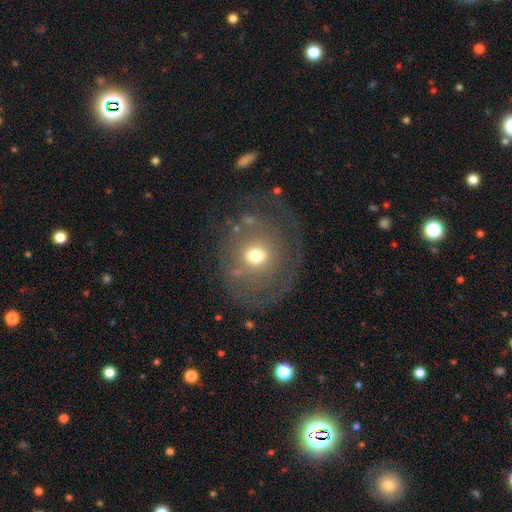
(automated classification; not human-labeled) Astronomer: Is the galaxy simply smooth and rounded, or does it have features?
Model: featured or disk — 50% (runner-up: smooth, 37%).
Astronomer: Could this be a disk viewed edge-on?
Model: no — 96%.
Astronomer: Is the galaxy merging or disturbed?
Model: none — 58%.